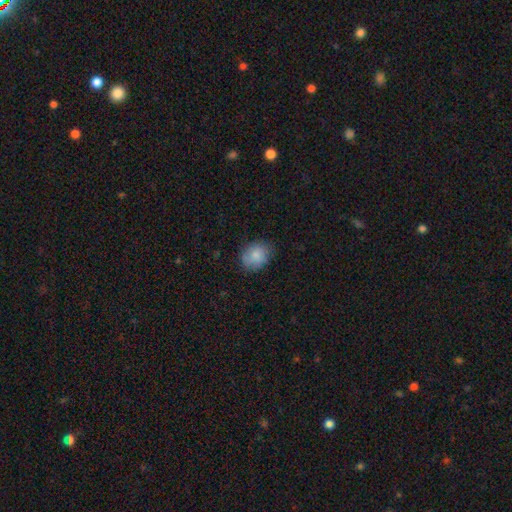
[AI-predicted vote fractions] Smooth or featured: smooth — 83% (featured or disk — 9%)
How rounded: round — 52% (in between — 47%)
Merging: none — 77% (minor disturbance — 18%)